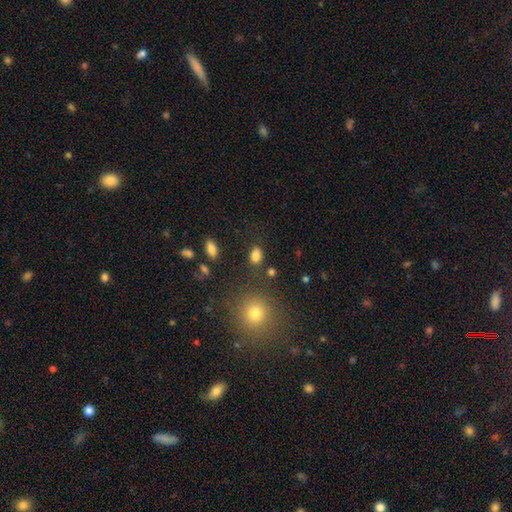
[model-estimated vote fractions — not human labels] Smooth or featured?
  - smooth: 83% *
  - star or artifact: 12%
  - featured or disk: 5%
How rounded?
  - in between: 78% *
  - round: 21%
  - cigar-shaped: 2%
Merging?
  - none: 80% *
  - minor disturbance: 12%
  - merger: 5%
  - major disturbance: 4%